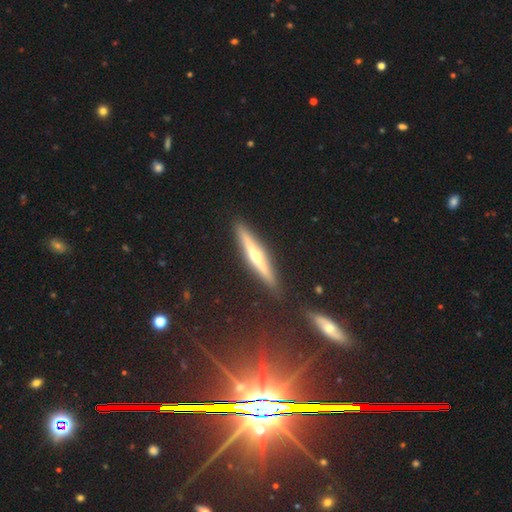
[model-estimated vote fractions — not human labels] A featured or disk galaxy (70%) viewed edge-on (96%) with a rounded central bulge (89%). Merging: none (89%).